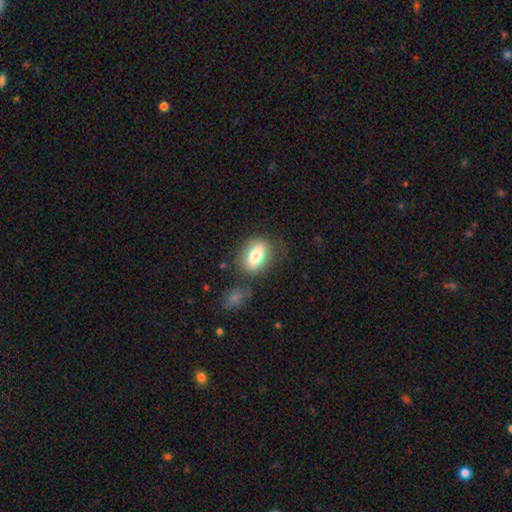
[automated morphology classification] Smooth or featured: smooth — 76% (featured or disk — 17%)
How rounded: in between — 78% (round — 19%)
Merging: none — 72% (minor disturbance — 15%)